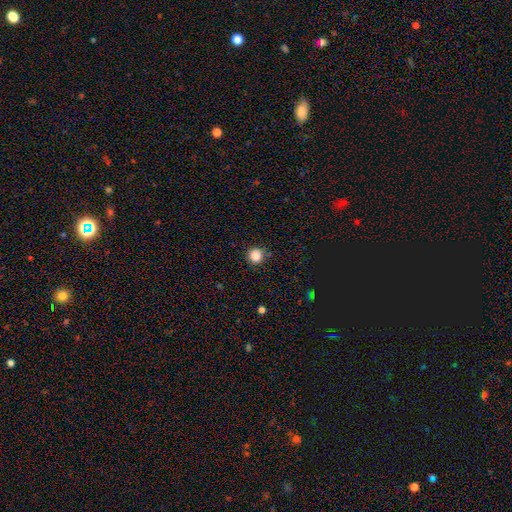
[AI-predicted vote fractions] Morphology: type=smooth (85%); roundness=round (93%); merging=none (85%).